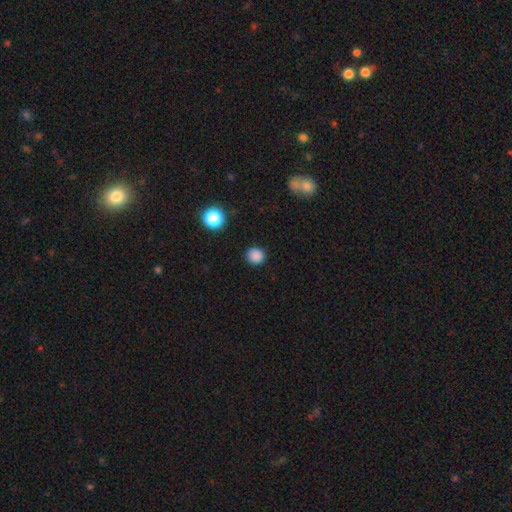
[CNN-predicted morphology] Smooth or featured? smooth (85%)
How rounded? round (92%)
Merging? none (90%)